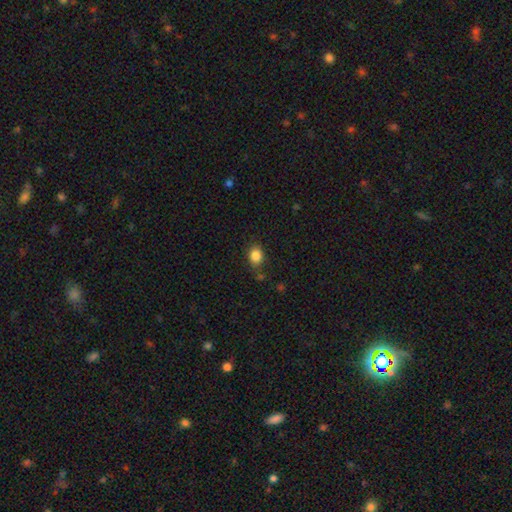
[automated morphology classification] Smooth or featured?
  - smooth: 86% *
  - star or artifact: 10%
  - featured or disk: 5%
How rounded?
  - in between: 54% *
  - round: 45%
  - cigar-shaped: 1%
Merging?
  - none: 77% *
  - minor disturbance: 15%
  - major disturbance: 4%
  - merger: 4%